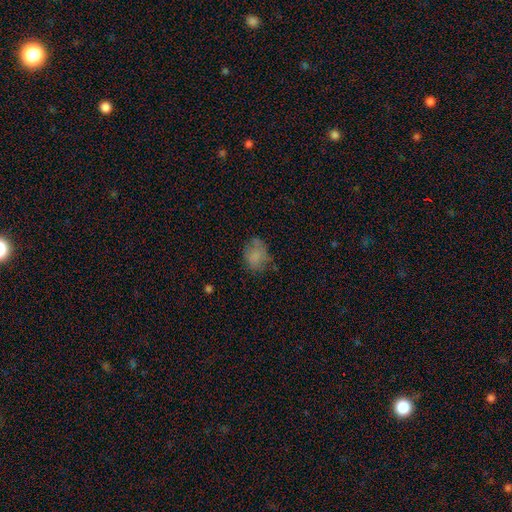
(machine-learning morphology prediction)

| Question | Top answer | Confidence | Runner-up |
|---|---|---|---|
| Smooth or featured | smooth | 72% | featured or disk (16%) |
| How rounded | in between | 60% | round (39%) |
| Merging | none | 56% | minor disturbance (27%) |